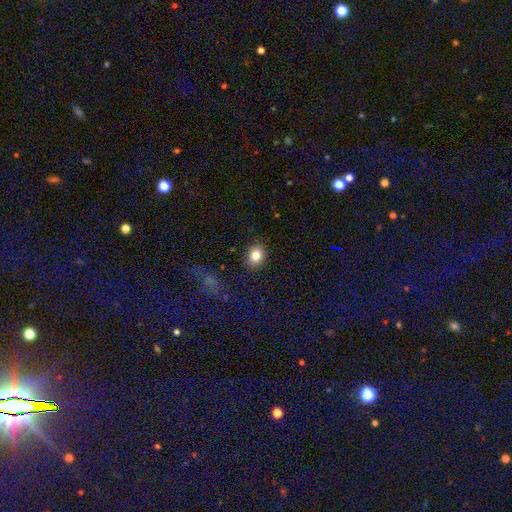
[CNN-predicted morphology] Smooth or featured: smooth — 83% (star or artifact — 10%)
How rounded: round — 52% (in between — 47%)
Merging: none — 88% (minor disturbance — 8%)